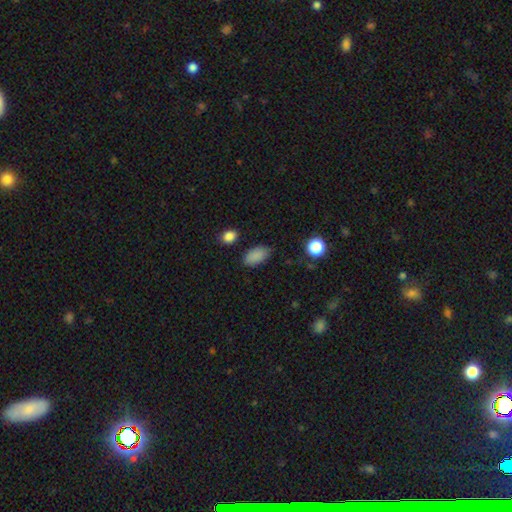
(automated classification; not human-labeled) Overall: smooth (87%). How rounded: in between (92%). Merging: none (81%).